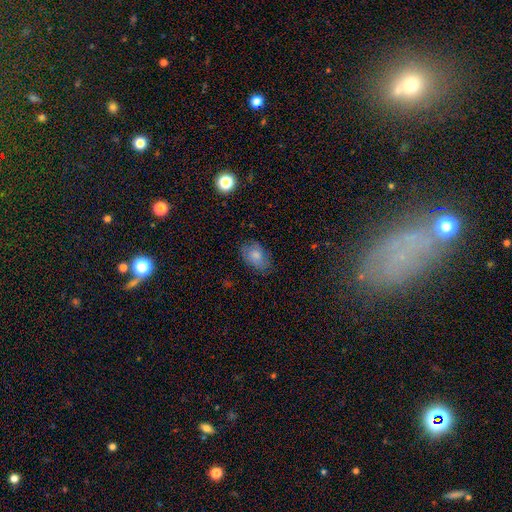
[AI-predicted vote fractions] Smooth or featured? Predicted: smooth (p=0.77). How rounded? Predicted: in between (p=0.87). Merging? Predicted: none (p=0.74).